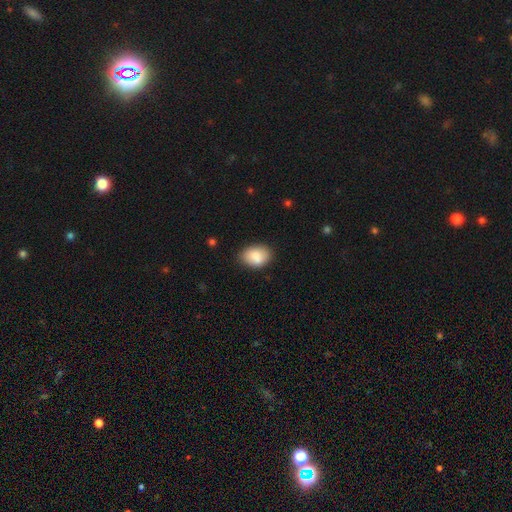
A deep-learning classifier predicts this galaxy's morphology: Q: Smooth or featured?
A: smooth (85%); runner-up: featured or disk (8%)
Q: How rounded?
A: in between (79%); runner-up: round (20%)
Q: Merging?
A: none (77%); runner-up: minor disturbance (17%)